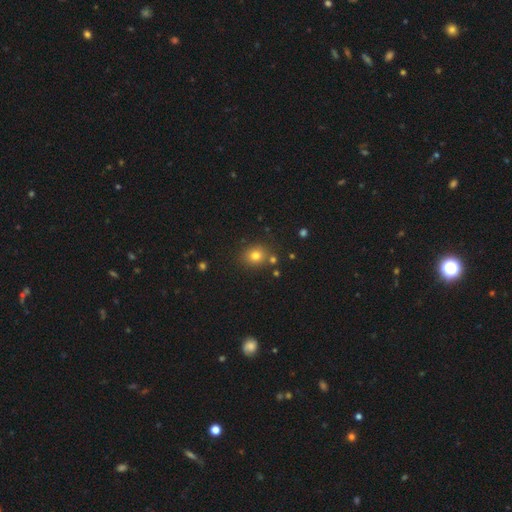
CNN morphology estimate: This is likely a smooth galaxy (76%). How rounded: likely round (74%). Merging: clearly none (80%).